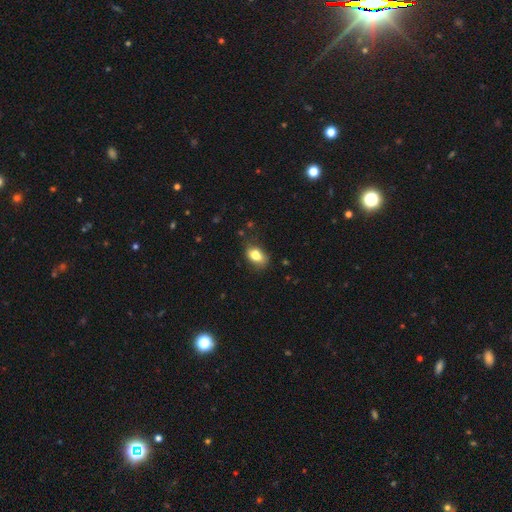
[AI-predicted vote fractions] Smooth or featured? Predicted: smooth (p=0.80). How rounded? Predicted: in between (p=0.84). Merging? Predicted: none (p=0.71).